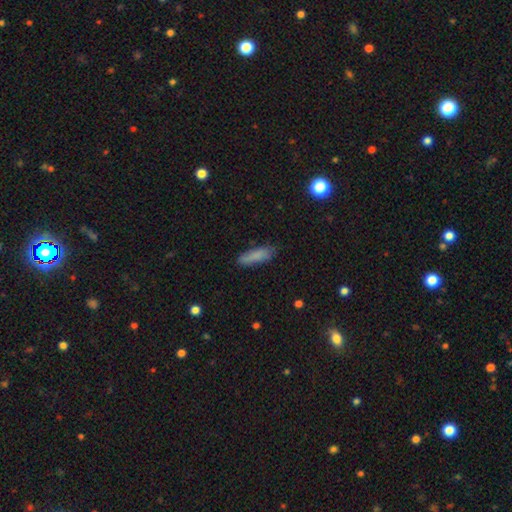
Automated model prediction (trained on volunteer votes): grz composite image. It shows a smooth galaxy with no disk features (84%) that is cigar-shaped (65%). Merging: none (79%).